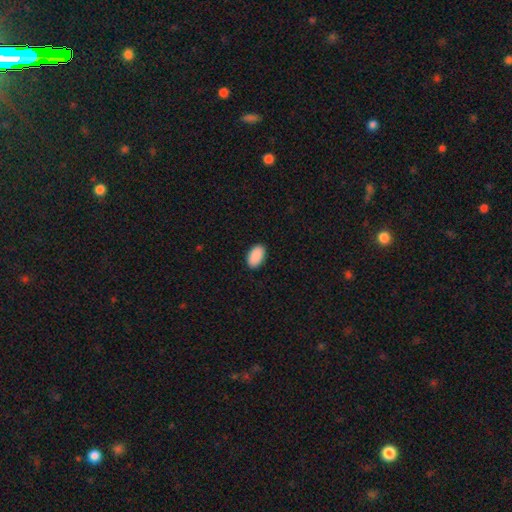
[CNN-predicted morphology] type=smooth (91%); roundness=in between (95%); merging=none (90%).